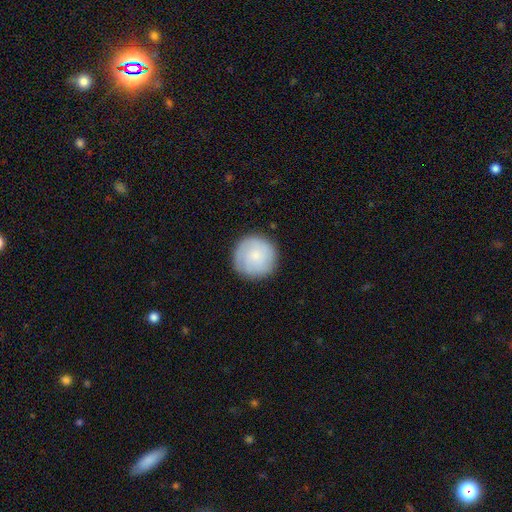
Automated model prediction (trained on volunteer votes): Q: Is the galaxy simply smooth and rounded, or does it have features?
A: smooth — 67%.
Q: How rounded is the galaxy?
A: round — 96%.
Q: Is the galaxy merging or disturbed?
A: none — 86%.